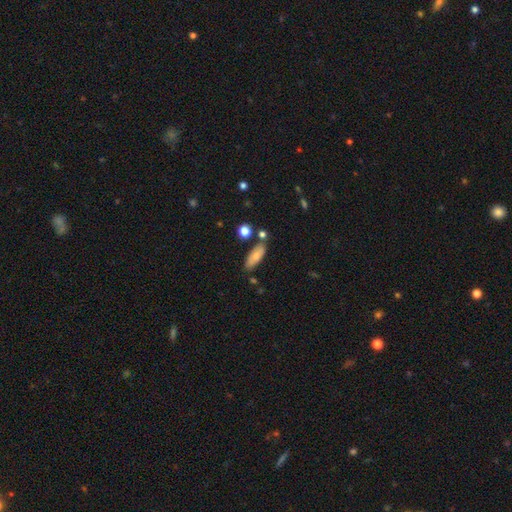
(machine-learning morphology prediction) Smooth or featured: smooth — 77% (featured or disk — 15%)
How rounded: in between — 72% (cigar-shaped — 26%)
Merging: none — 74% (minor disturbance — 16%)